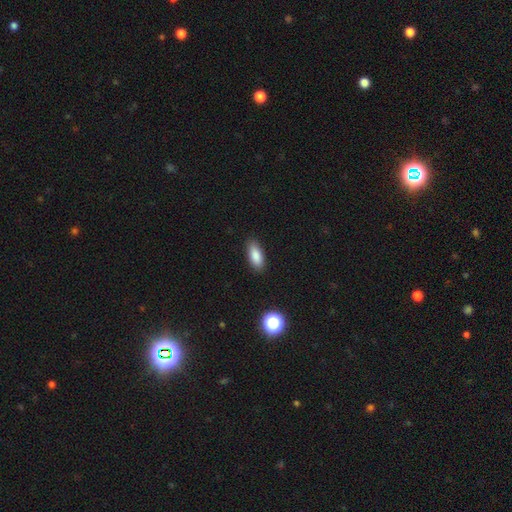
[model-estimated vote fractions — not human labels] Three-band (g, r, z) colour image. It shows a smooth galaxy with no disk features (85%) that is in between round and cigar-shaped (82%). Merging: none (88%).